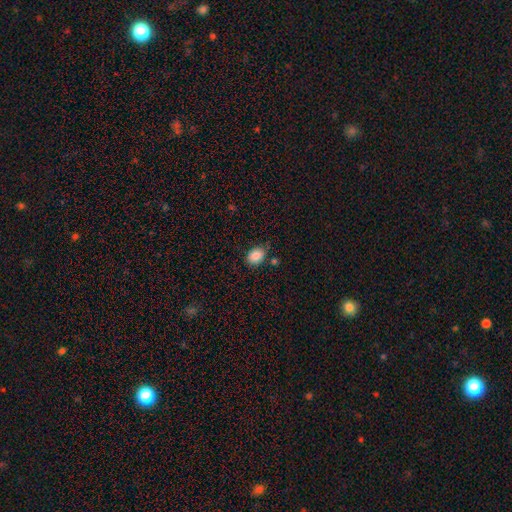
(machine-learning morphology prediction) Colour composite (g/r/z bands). It shows a smooth galaxy with no disk features (86%) that is in between round and cigar-shaped (68%). Merging: none (77%).